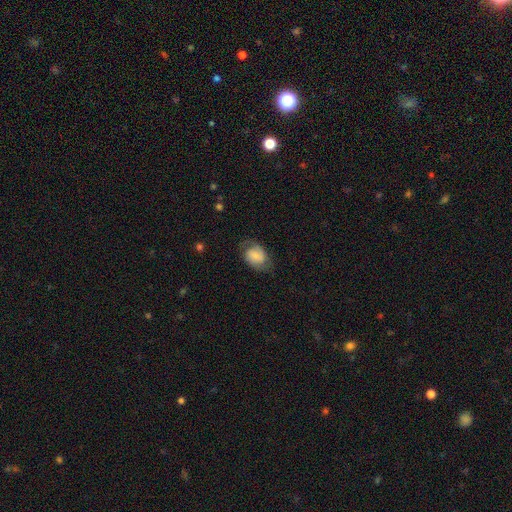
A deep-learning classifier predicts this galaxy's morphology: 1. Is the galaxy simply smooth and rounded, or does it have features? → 53% smooth, 39% featured or disk, 8% star or artifact.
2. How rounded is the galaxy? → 71% in between, 27% round, 1% cigar-shaped.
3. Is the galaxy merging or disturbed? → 62% none, 24% minor disturbance, 13% major disturbance, 1% merger.